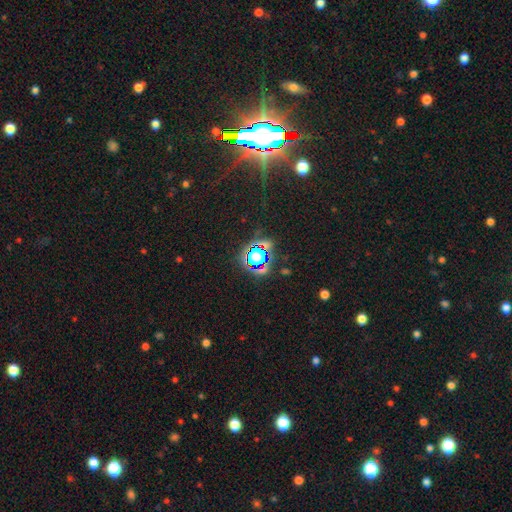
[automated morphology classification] This is likely a star or artifact rather than a galaxy (64%).